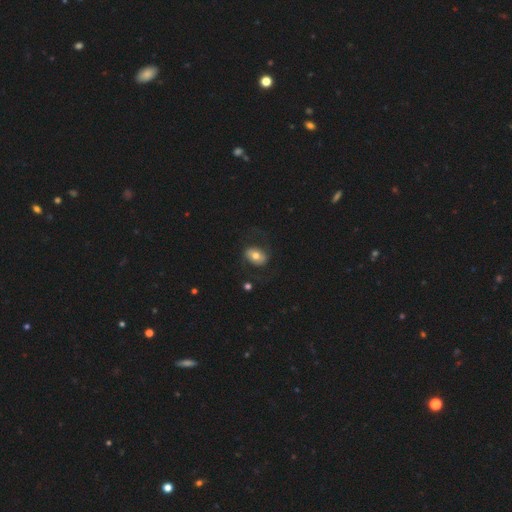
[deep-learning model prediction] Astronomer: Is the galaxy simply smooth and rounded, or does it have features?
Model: smooth — 57% (runner-up: featured or disk, 35%).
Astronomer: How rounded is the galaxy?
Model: in between — 76%.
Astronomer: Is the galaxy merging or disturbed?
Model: none — 70%.